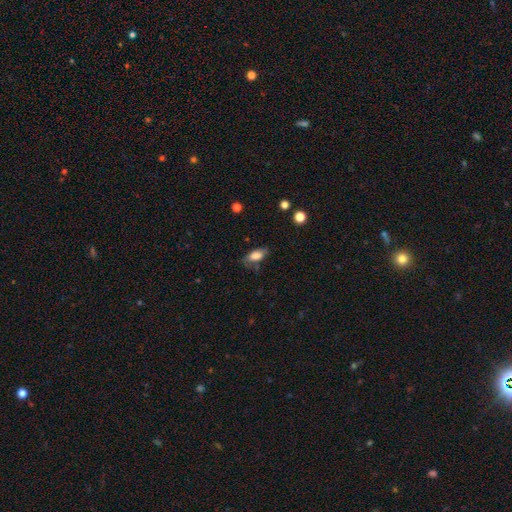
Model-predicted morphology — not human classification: Smooth or featured?
  - smooth: 74% *
  - featured or disk: 18%
  - star or artifact: 8%
How rounded?
  - in between: 86% *
  - cigar-shaped: 9%
  - round: 4%
Merging?
  - none: 64% *
  - minor disturbance: 25%
  - major disturbance: 8%
  - merger: 2%